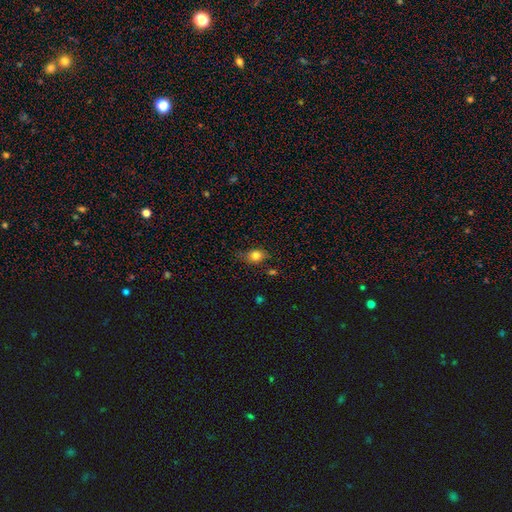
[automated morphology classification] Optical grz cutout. It shows a smooth galaxy with no disk features (80%) that is in between round and cigar-shaped (50%). Merging: none (63%).